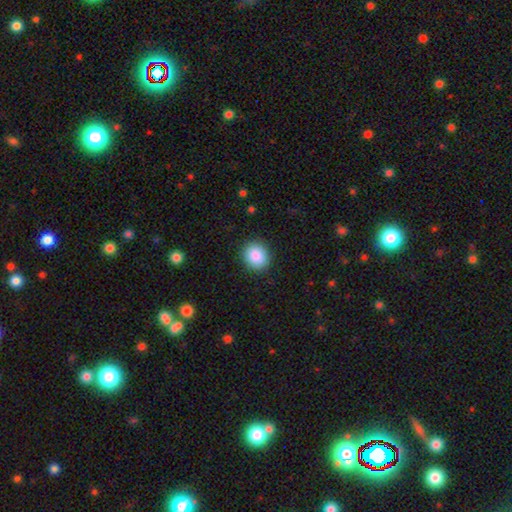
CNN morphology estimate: This appears to be a smooth galaxy with no disk features (88%) that is round (71%). Merging: none (90%).